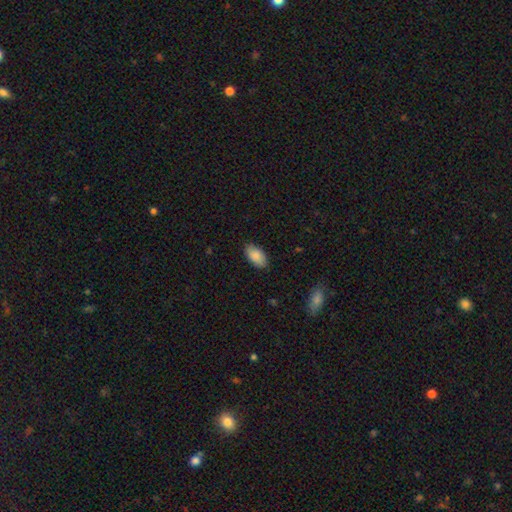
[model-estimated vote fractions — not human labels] smooth 88%, star or artifact 6%, featured or disk 5%. Down the decision tree: how rounded — in between (94%); merging — none (86%).